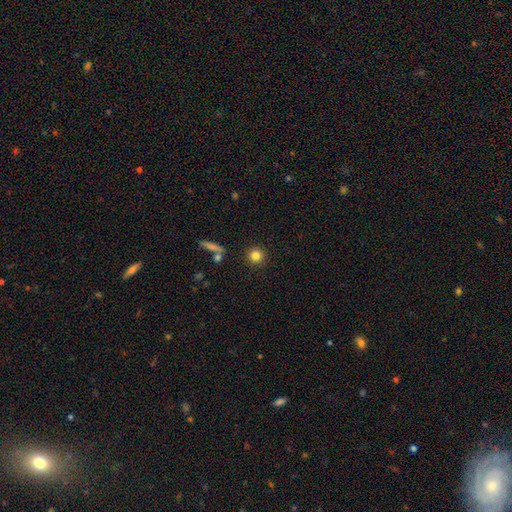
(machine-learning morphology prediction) Smooth or featured: smooth — 81% (star or artifact — 11%)
How rounded: round — 94% (in between — 5%)
Merging: none — 89% (minor disturbance — 6%)